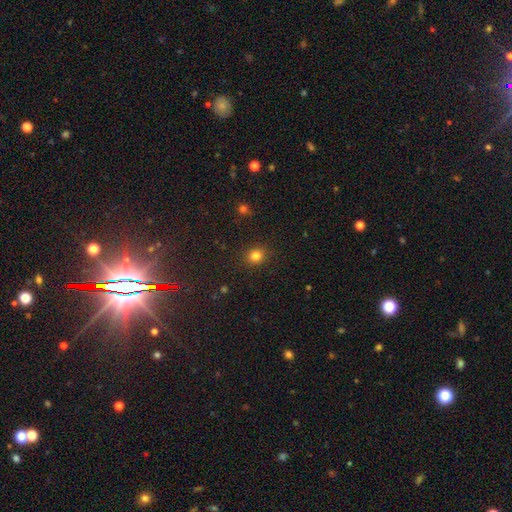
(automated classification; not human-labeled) smooth-or-featured: smooth: 82% | star or artifact: 14% | featured or disk: 5%
  how-rounded: round: 78% | in between: 22% | cigar-shaped: 1%
  merging: none: 89% | minor disturbance: 7% | major disturbance: 3% | merger: 1%